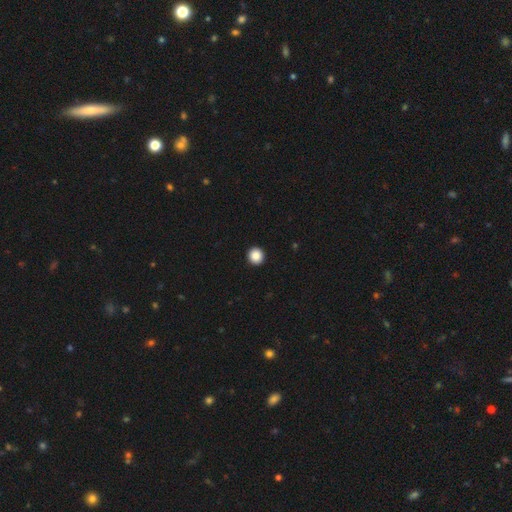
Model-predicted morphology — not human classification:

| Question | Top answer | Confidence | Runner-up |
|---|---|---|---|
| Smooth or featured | smooth | 88% | star or artifact (9%) |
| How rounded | round | 95% | in between (4%) |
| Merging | none | 94% | minor disturbance (4%) |